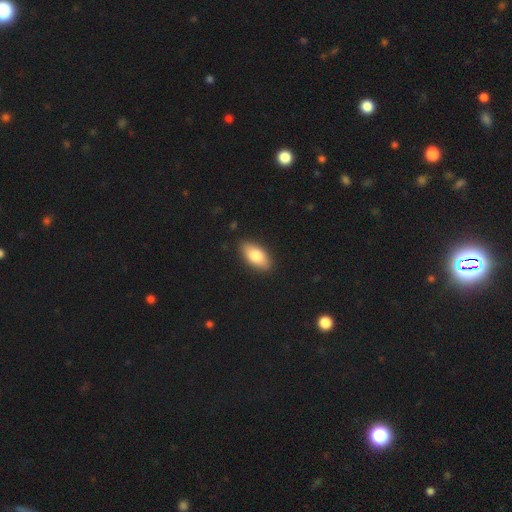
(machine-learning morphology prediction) A smooth galaxy with no disk features (79%) that is in between round and cigar-shaped (90%).

Vote fractions:
- Smooth or featured? smooth: 79% / featured or disk: 15% / star or artifact: 6%
- How rounded? in between: 90% / cigar-shaped: 7% / round: 3%
- Merging? none: 88% / minor disturbance: 9% / major disturbance: 2% / merger: 1%